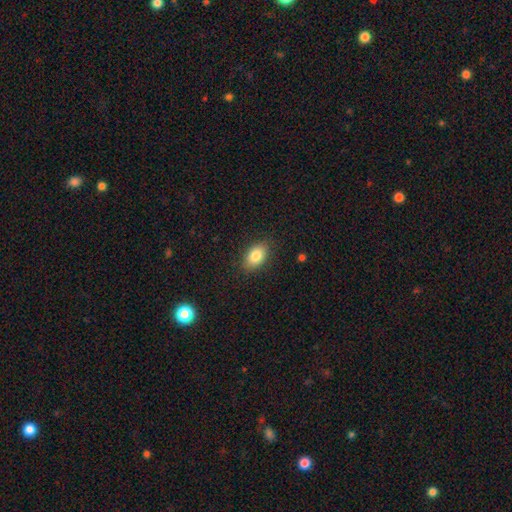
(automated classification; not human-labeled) A smooth galaxy with no disk features (83%) that is in between round and cigar-shaped (88%). Merging: none (86%).